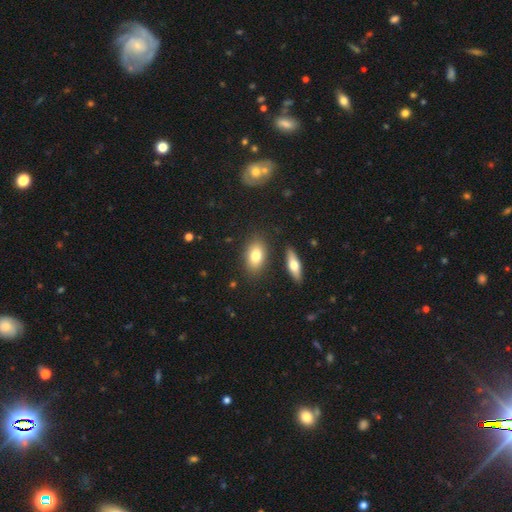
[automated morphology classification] smooth 79%, featured or disk 14%, star or artifact 7%. Down the decision tree: how rounded — in between (87%); merging — none (82%).